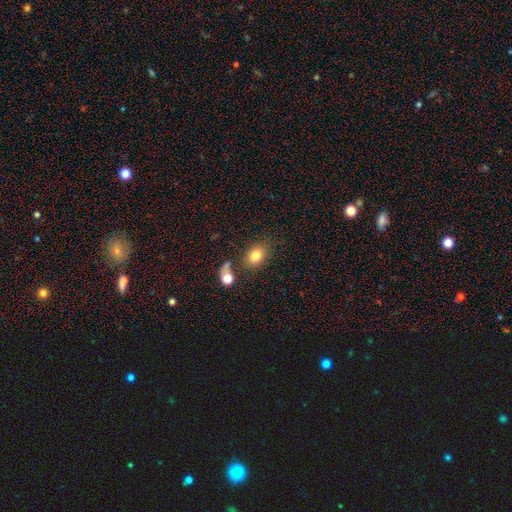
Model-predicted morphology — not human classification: Smooth or featured? Predicted: smooth (p=0.79). How rounded? Predicted: in between (p=0.64). Merging? Predicted: none (p=0.67).